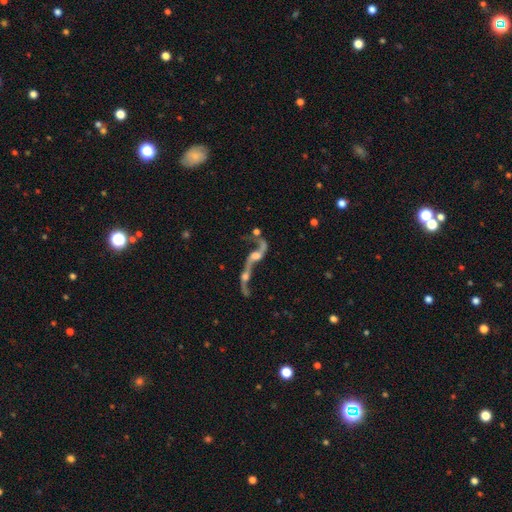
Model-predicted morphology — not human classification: This appears to be a featured or disk galaxy (77%) with no bar (59%), 2 (80%) loose (93%) spiral arms (77%) and a moderate central bulge (35%). Merging: merger (44%).